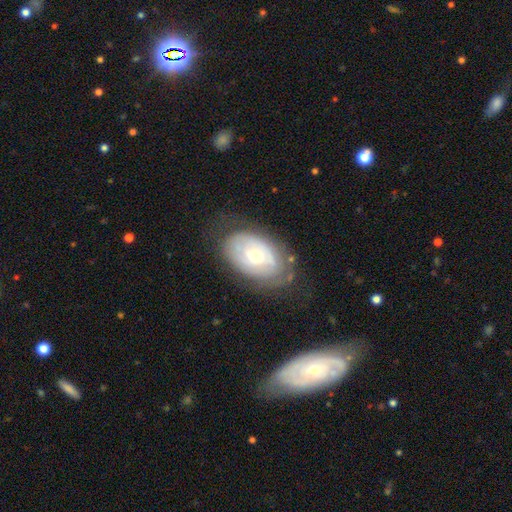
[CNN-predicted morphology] type=featured or disk (62%); edge-on=no (94%); bar=no (74%); spiral arms=yes (64%); bulge=small (49%); merging=none (67%).